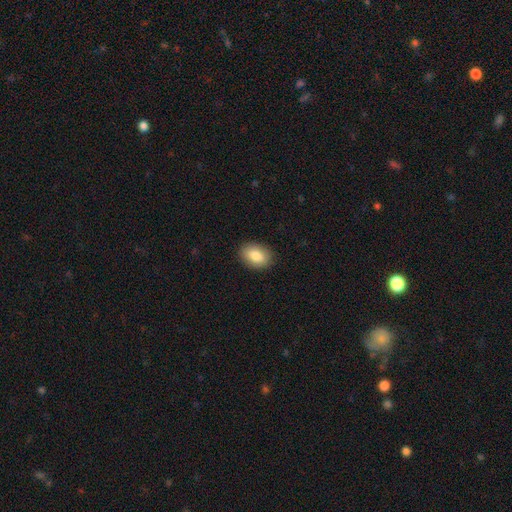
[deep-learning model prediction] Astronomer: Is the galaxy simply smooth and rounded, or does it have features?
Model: smooth — 85%.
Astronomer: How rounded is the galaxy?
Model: in between — 82%.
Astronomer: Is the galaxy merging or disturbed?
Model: none — 89%.